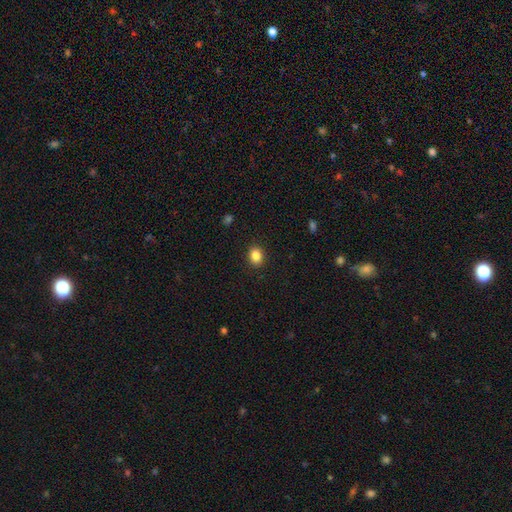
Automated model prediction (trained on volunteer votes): Smooth or featured? smooth (86%)
How rounded? in between (59%)
Merging? none (90%)